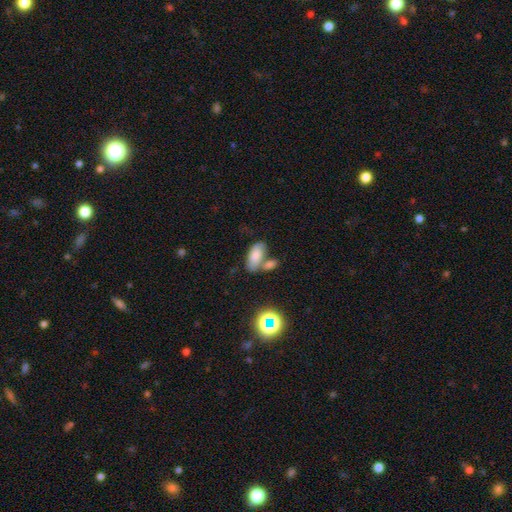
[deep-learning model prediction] A smooth galaxy with no disk features (72%) that is in between round and cigar-shaped (90%). Merging: none (39%).